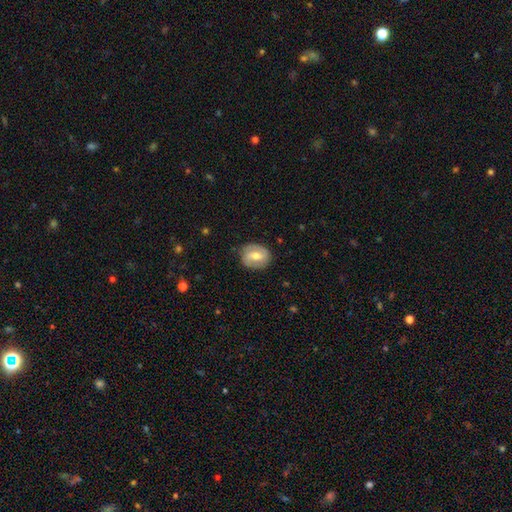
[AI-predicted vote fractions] This appears to be a featured or disk galaxy (57%) with a weak bar (47%), spiral arms (76%) and a moderate central bulge (64%). Merging: none (78%).